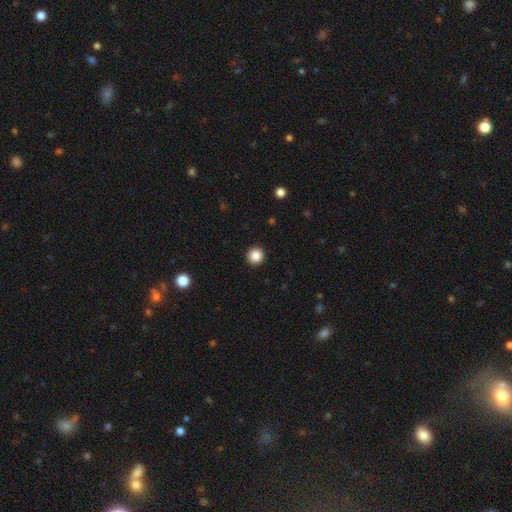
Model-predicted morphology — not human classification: A smooth galaxy with no disk features (85%) that is round (96%).

Vote fractions:
- Smooth or featured? smooth: 85% / star or artifact: 10% / featured or disk: 4%
- How rounded? round: 96% / in between: 3% / cigar-shaped: 1%
- Merging? none: 93% / minor disturbance: 4% / major disturbance: 1% / merger: 1%